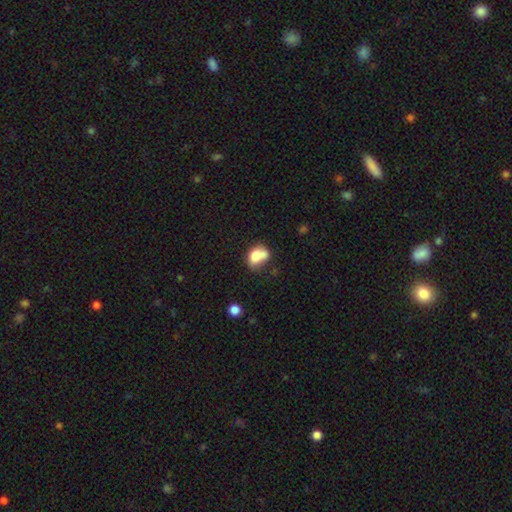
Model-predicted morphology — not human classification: Overall: smooth (74%). How rounded: in between (62%; round 37%). Merging: merger (40%; none 30%).